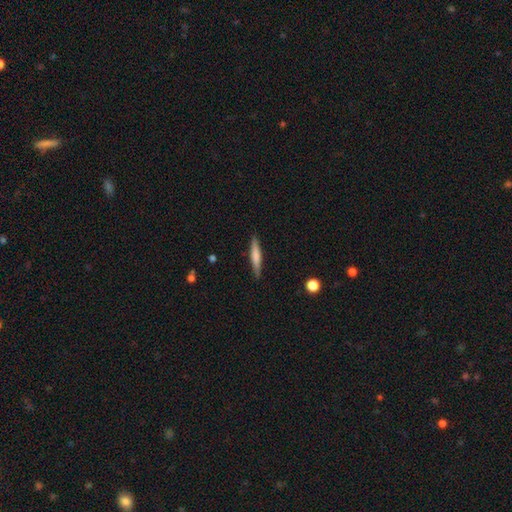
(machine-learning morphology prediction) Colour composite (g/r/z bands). It shows a smooth galaxy with no disk features (60%) that is cigar-shaped (92%). Merging: none (89%).